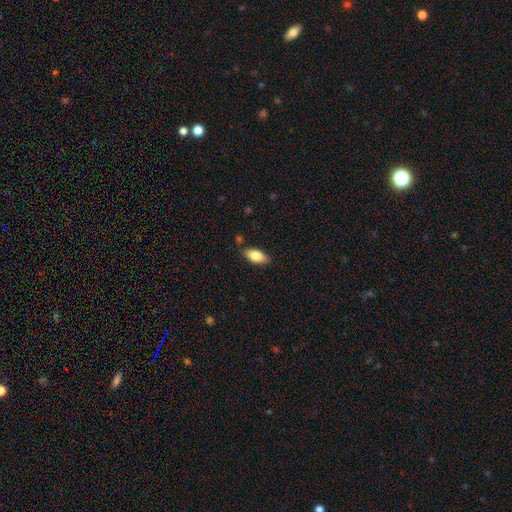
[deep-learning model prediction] Smooth or featured?
  - smooth: 82% *
  - featured or disk: 11%
  - star or artifact: 7%
How rounded?
  - in between: 88% *
  - cigar-shaped: 9%
  - round: 3%
Merging?
  - none: 83% *
  - minor disturbance: 13%
  - major disturbance: 3%
  - merger: 2%